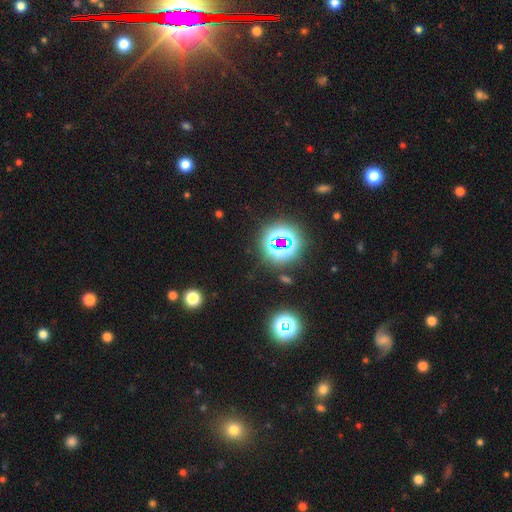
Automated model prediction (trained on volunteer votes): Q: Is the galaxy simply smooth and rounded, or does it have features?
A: star or artifact — 82%.